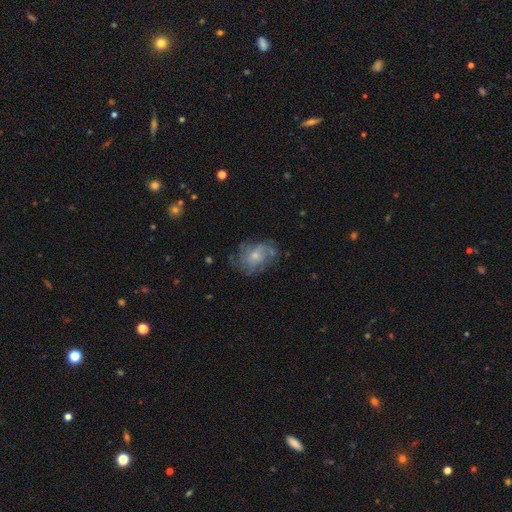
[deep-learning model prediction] Morphology: type=featured or disk (68%); edge-on=no (97%); bar=no (78%); spiral arms=yes (80%); winding=medium (40%); arm count=can't tell (41%); bulge=small (61%); merging=none (62%).